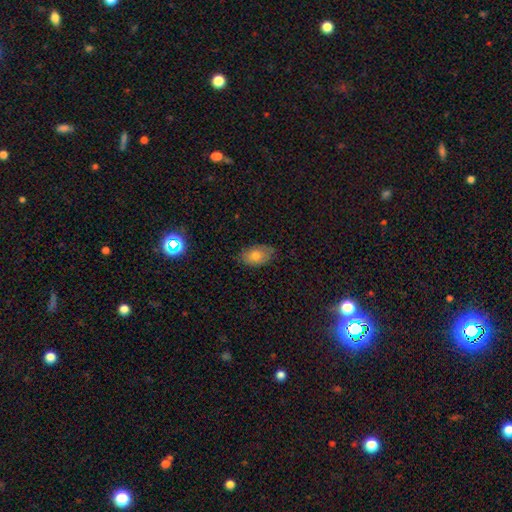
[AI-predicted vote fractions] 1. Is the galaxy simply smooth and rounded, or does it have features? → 76% smooth, 14% featured or disk, 10% star or artifact.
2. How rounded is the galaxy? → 90% in between, 8% round, 2% cigar-shaped.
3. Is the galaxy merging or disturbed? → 81% none, 15% minor disturbance, 3% major disturbance, 1% merger.